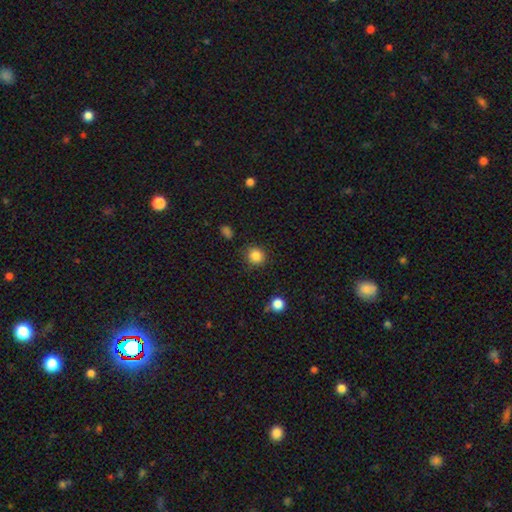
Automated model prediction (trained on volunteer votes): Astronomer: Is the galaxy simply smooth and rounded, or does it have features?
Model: smooth — 85%.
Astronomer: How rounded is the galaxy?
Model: round — 88%.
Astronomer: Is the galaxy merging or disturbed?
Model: none — 85%.